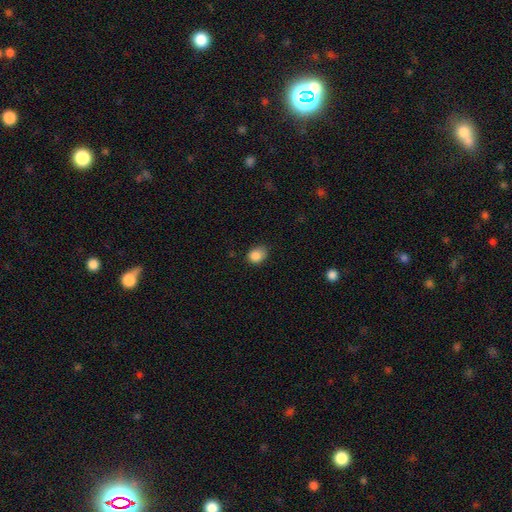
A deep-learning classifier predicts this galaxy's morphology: smooth_or_featured: smooth (p=0.86) [alt: star or artifact p=0.10]
how_rounded: in between (p=0.52) [alt: round p=0.47]
merging: none (p=0.67) [alt: minor disturbance p=0.26]